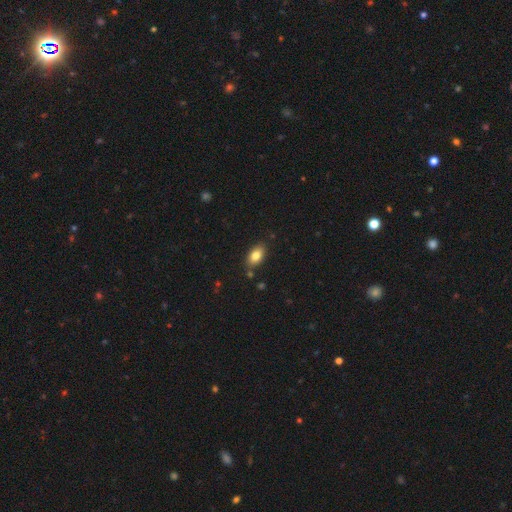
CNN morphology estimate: A smooth galaxy with no disk features (83%) that is in between round and cigar-shaped (91%).

Vote fractions:
- Smooth or featured? smooth: 83% / featured or disk: 9% / star or artifact: 8%
- How rounded? in between: 91% / round: 6% / cigar-shaped: 3%
- Merging? none: 83% / minor disturbance: 12% / merger: 3% / major disturbance: 2%